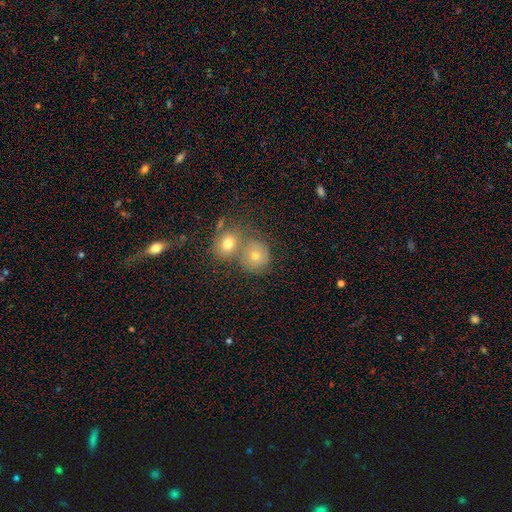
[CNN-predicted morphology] A smooth galaxy with no disk features (72%) that is round (79%). Merging: none (44%).